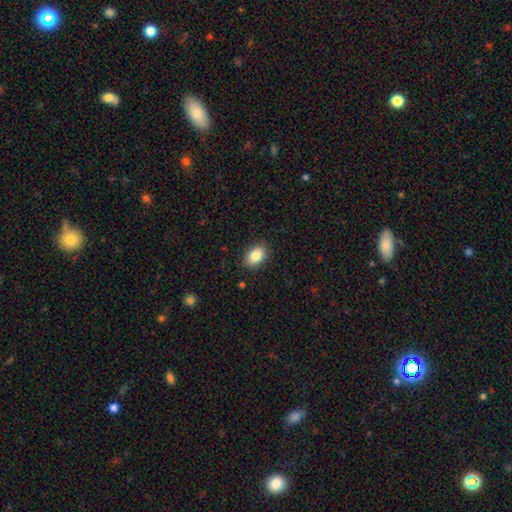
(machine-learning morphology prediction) A smooth galaxy with no disk features (85%) that is in between round and cigar-shaped (86%).

Vote fractions:
- Smooth or featured? smooth: 85% / star or artifact: 8% / featured or disk: 8%
- How rounded? in between: 86% / round: 13% / cigar-shaped: 1%
- Merging? none: 88% / minor disturbance: 9% / major disturbance: 2% / merger: 1%